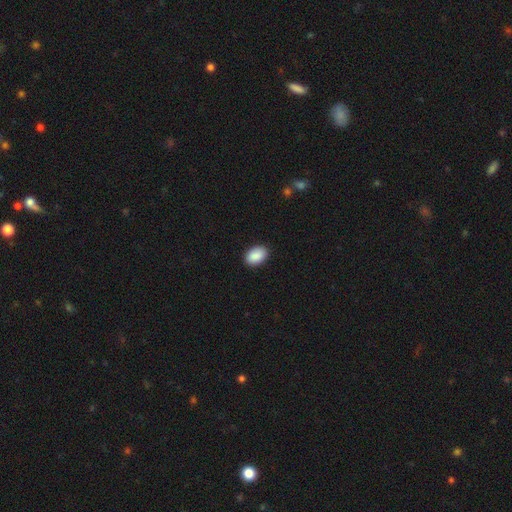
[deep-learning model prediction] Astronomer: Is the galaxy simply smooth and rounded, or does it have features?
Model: smooth — 91%.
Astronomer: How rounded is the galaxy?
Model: in between — 90%.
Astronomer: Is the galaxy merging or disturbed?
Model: none — 90%.